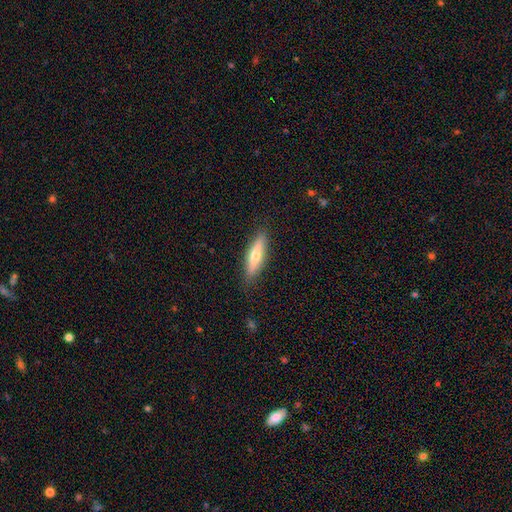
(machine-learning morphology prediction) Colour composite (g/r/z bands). It shows a smooth galaxy with no disk features (54%) that is cigar-shaped (73%). Merging: none (88%).